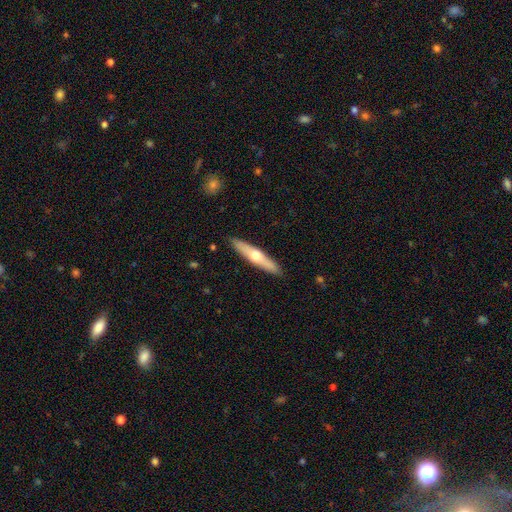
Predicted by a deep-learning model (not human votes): smooth-or-featured: featured or disk: 50% | smooth: 45% | star or artifact: 5%
  disk-edge-on: yes: 90% | no: 10%
  merging: none: 90% | minor disturbance: 8% | major disturbance: 2% | merger: 1%